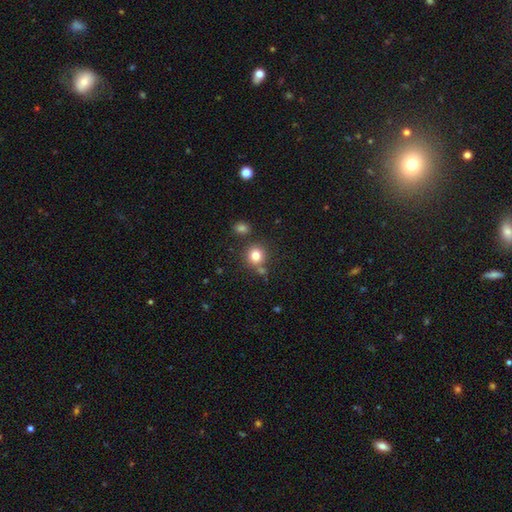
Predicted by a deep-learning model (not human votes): This appears to be a smooth galaxy with no disk features (81%) that is round (89%). Merging: none (74%).